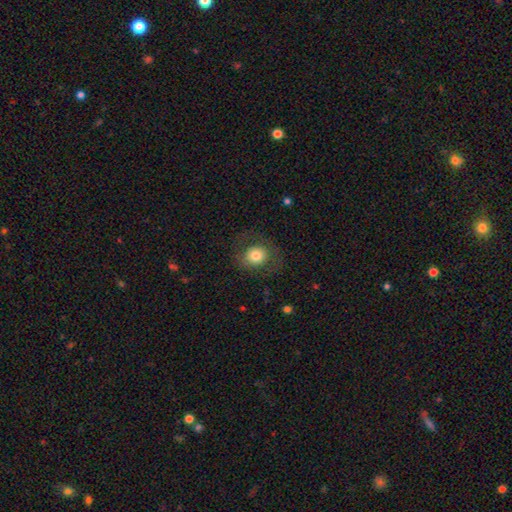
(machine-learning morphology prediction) Smooth or featured? Predicted: smooth (p=0.74). How rounded? Predicted: round (p=0.73). Merging? Predicted: none (p=0.77).